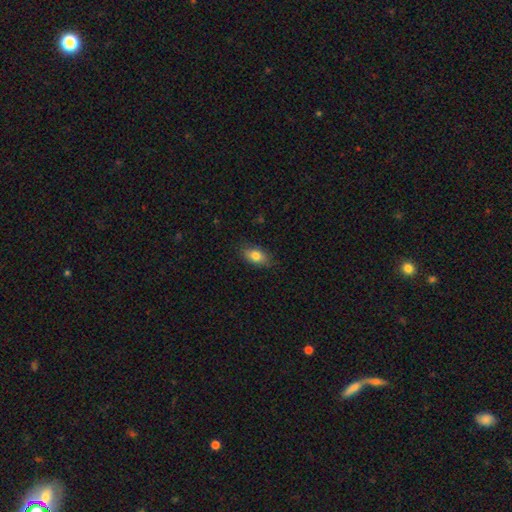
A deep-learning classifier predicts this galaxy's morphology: smooth_or_featured: smooth (p=0.80) [alt: featured or disk p=0.12]
how_rounded: in between (p=0.86) [alt: round p=0.09]
merging: none (p=0.81) [alt: minor disturbance p=0.15]